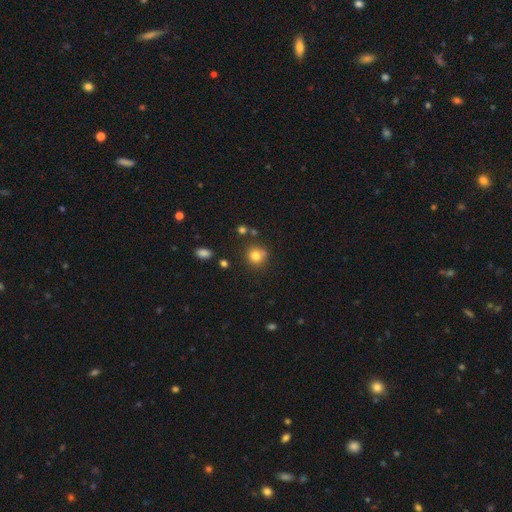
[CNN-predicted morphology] This is clearly a smooth galaxy (80%). How rounded: clearly round (89%). Merging: likely none (72%).